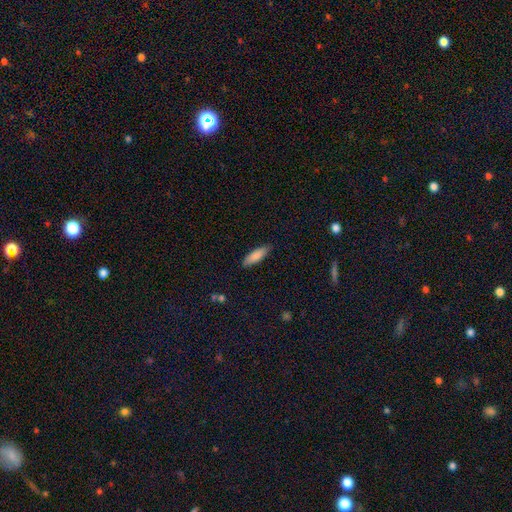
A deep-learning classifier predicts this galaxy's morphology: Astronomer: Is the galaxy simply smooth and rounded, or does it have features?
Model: smooth — 85%.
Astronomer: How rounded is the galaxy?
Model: in between — 50% (runner-up: cigar-shaped, 49%).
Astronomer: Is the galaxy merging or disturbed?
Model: none — 85%.